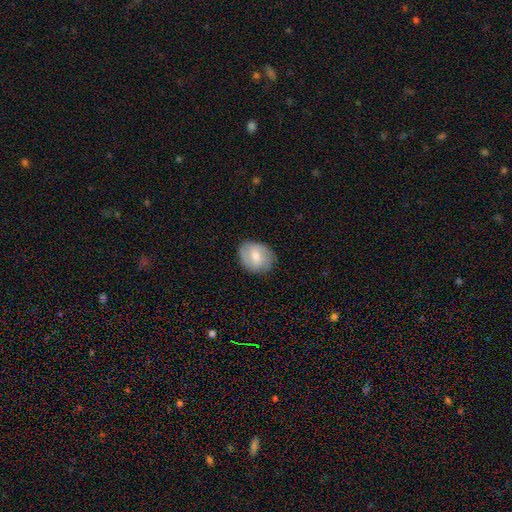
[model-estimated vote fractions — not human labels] The model was most divided on "smooth or featured": smooth: 51%, featured or disk: 43%, star or artifact: 7%. More confident: merging — none (80%); how rounded — round (54%).